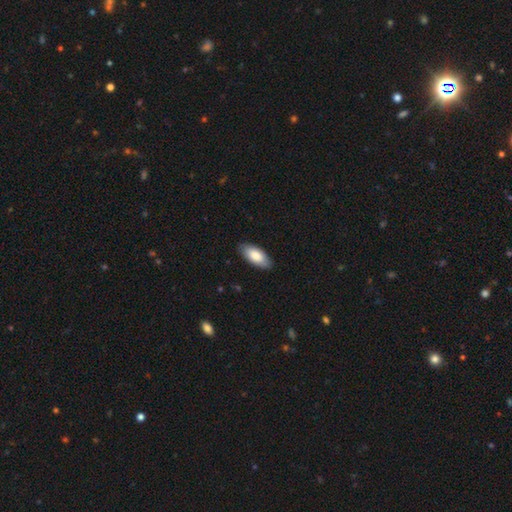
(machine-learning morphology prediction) This appears to be a smooth galaxy with no disk features (82%) that is in between round and cigar-shaped (89%). Merging: none (87%).